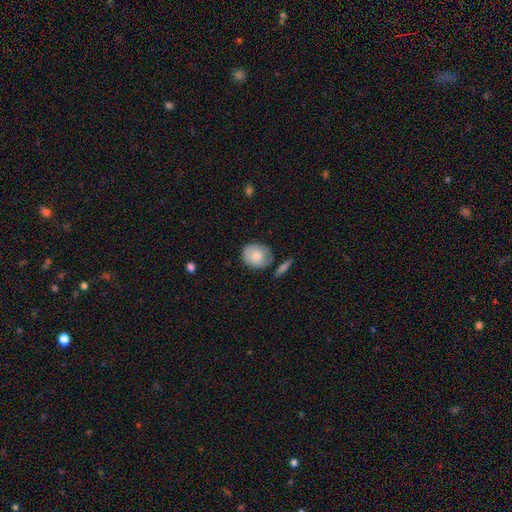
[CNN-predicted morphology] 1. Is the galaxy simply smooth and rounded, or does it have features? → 73% smooth, 21% featured or disk, 6% star or artifact.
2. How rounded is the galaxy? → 71% round, 28% in between, 1% cigar-shaped.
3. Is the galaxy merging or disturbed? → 69% none, 20% minor disturbance, 6% merger, 5% major disturbance.